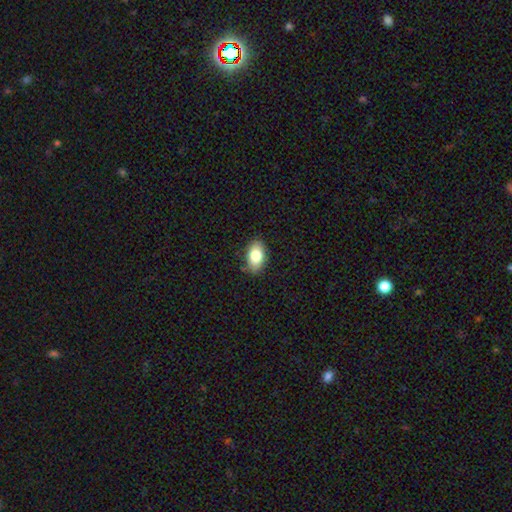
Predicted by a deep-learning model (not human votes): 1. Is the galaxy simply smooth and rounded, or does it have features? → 81% smooth, 12% featured or disk, 7% star or artifact.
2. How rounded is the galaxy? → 91% in between, 7% round, 2% cigar-shaped.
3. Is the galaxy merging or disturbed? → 83% none, 13% minor disturbance, 3% major disturbance, 1% merger.